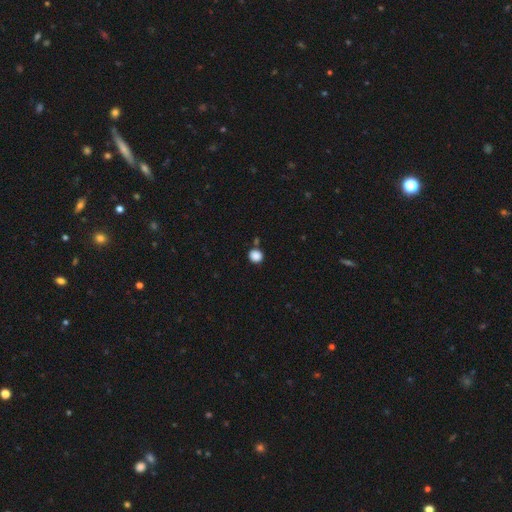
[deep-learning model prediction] smooth-or-featured: smooth: 87% | star or artifact: 10% | featured or disk: 3%
  how-rounded: round: 86% | in between: 13% | cigar-shaped: 1%
  merging: none: 81% | minor disturbance: 9% | merger: 7% | major disturbance: 3%